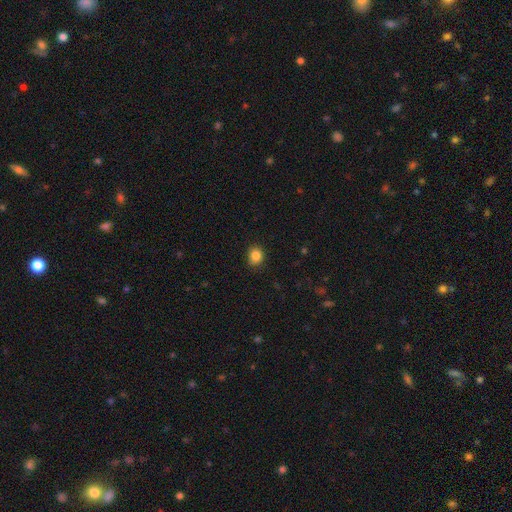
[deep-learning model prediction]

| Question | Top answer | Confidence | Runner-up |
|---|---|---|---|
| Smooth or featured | smooth | 85% | star or artifact (10%) |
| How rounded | round | 67% | in between (32%) |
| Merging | none | 87% | minor disturbance (10%) |